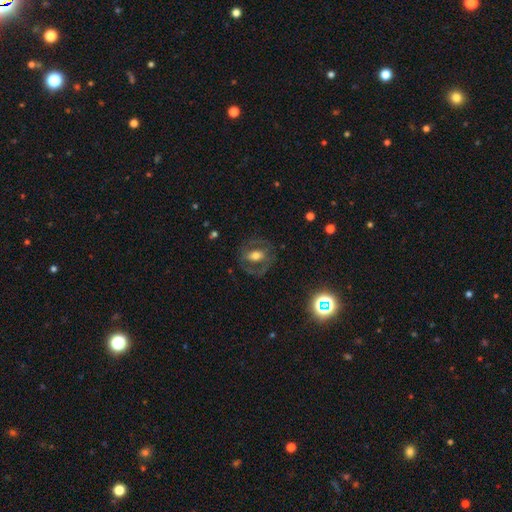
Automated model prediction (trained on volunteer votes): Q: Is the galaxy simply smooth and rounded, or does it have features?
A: featured or disk — 56%.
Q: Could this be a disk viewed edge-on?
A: no — 92%.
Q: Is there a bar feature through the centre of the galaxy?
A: no — 46%.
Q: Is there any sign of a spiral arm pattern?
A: no — 67%.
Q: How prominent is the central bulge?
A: moderate — 64%.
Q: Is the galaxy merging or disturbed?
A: none — 69%.